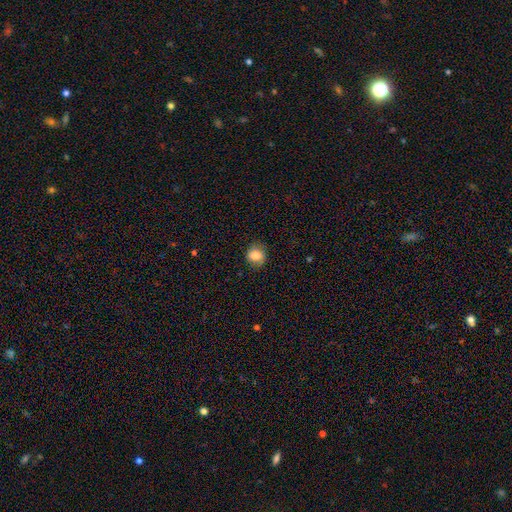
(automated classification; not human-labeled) smooth-or-featured: smooth: 82% | star or artifact: 9% | featured or disk: 9%
  how-rounded: round: 71% | in between: 28% | cigar-shaped: 1%
  merging: none: 82% | minor disturbance: 13% | major disturbance: 4% | merger: 1%